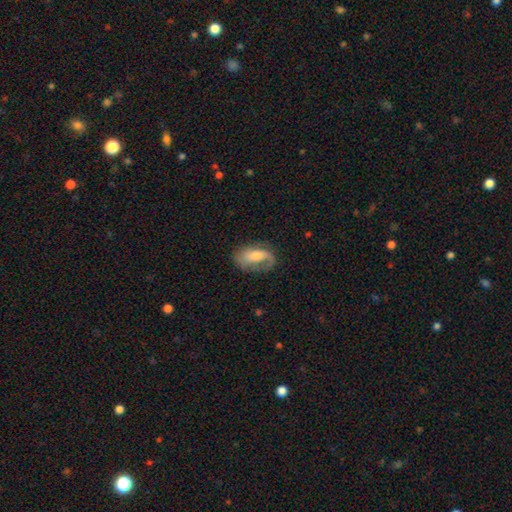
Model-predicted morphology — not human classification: A featured or disk galaxy (57%) with no bar (47%), spiral arms (81%) and a moderate central bulge (50%).

Vote fractions:
- Smooth or featured? featured or disk: 57% / smooth: 36% / star or artifact: 7%
- Edge-on disk? no: 93% / yes: 7%
- Bar? no: 47% / weak: 36% / strong: 17%
- Spiral arms? yes: 81% / no: 19%
- Bulge size? moderate: 50% / small: 35% / large: 8% / none: 5% / dominant: 2%
- Merging? none: 56% / minor disturbance: 24% / major disturbance: 18% / merger: 2%